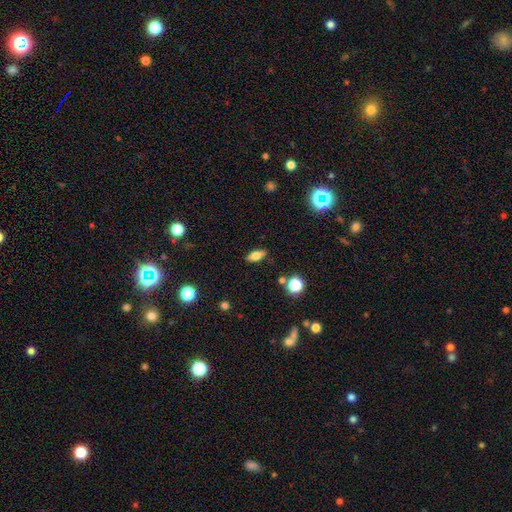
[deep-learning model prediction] smooth_or_featured: smooth (p=0.70) [alt: featured or disk p=0.20]
how_rounded: in between (p=0.79) [alt: cigar-shaped p=0.15]
merging: none (p=0.87) [alt: minor disturbance p=0.09]